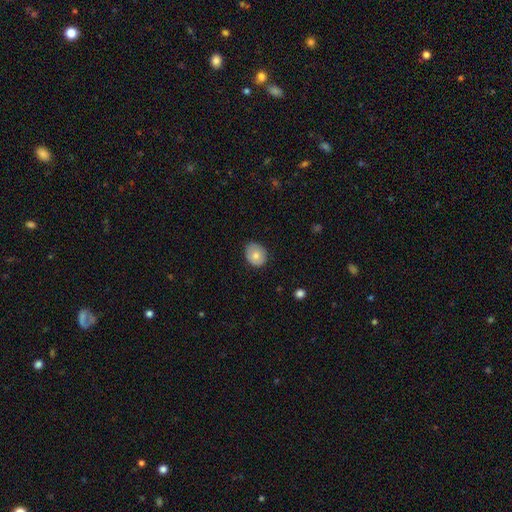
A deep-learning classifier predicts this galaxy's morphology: Smooth or featured?
  - smooth: 76% *
  - featured or disk: 17%
  - star or artifact: 8%
How rounded?
  - round: 61% *
  - in between: 38%
  - cigar-shaped: 1%
Merging?
  - none: 77% *
  - minor disturbance: 19%
  - major disturbance: 3%
  - merger: 1%